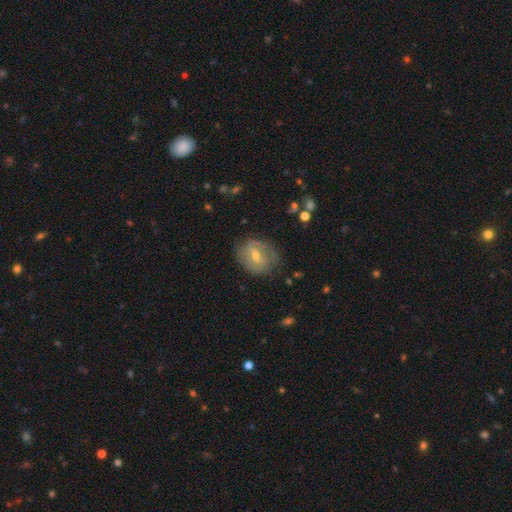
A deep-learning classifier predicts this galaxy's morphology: Q: Smooth or featured?
A: featured or disk (53%); runner-up: smooth (36%)
Q: Edge-on disk?
A: no (94%); runner-up: yes (6%)
Q: Merging?
A: none (68%); runner-up: minor disturbance (21%)